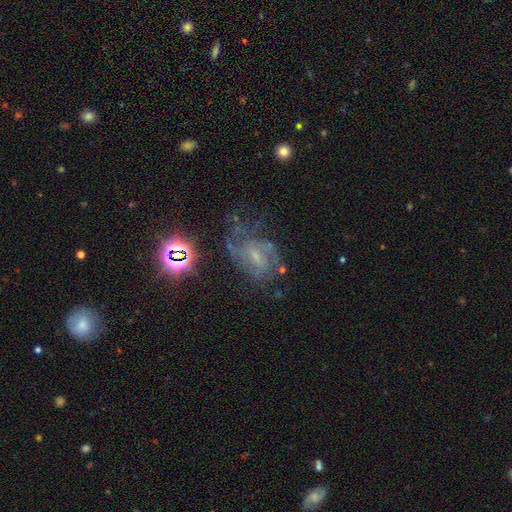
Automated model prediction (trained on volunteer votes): Smooth or featured?
  - featured or disk: 67% *
  - star or artifact: 19%
  - smooth: 14%
Edge-on disk?
  - no: 97% *
  - yes: 3%
Bar?
  - weak: 48% *
  - no: 39%
  - strong: 12%
Spiral arms?
  - yes: 82% *
  - no: 18%
Spiral winding?
  - medium: 46% *
  - tight: 32%
  - loose: 22%
Spiral arm count?
  - can't tell: 41% *
  - 2: 29%
  - 3: 14%
  - 1: 6%
  - 4: 6%
  - more than 4: 4%
Bulge size?
  - small: 60% *
  - moderate: 23%
  - none: 14%
  - large: 2%
  - dominant: 1%
Merging?
  - none: 47% *
  - major disturbance: 26%
  - minor disturbance: 23%
  - merger: 4%